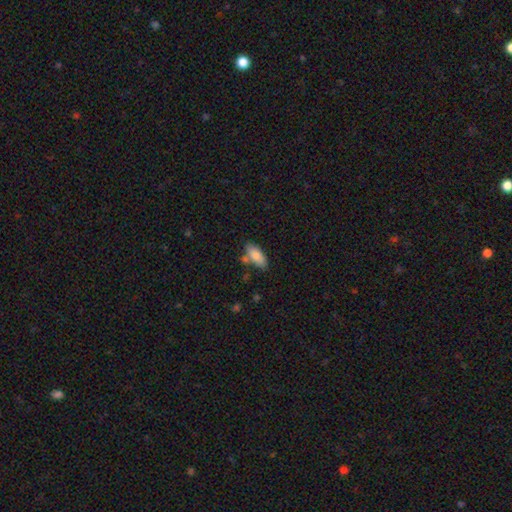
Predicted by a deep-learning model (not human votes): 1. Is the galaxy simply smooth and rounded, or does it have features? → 83% smooth, 10% featured or disk, 6% star or artifact.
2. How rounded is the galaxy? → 82% in between, 16% cigar-shaped, 2% round.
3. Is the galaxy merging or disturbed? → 70% none, 16% minor disturbance, 11% merger, 4% major disturbance.